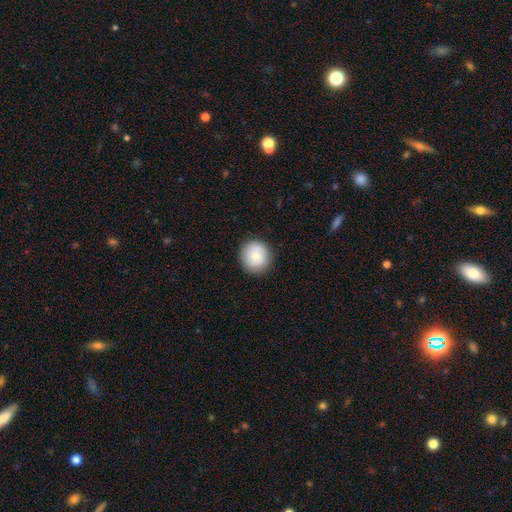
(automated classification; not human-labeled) Morphology: type=smooth (78%); roundness=round (90%); merging=none (88%).